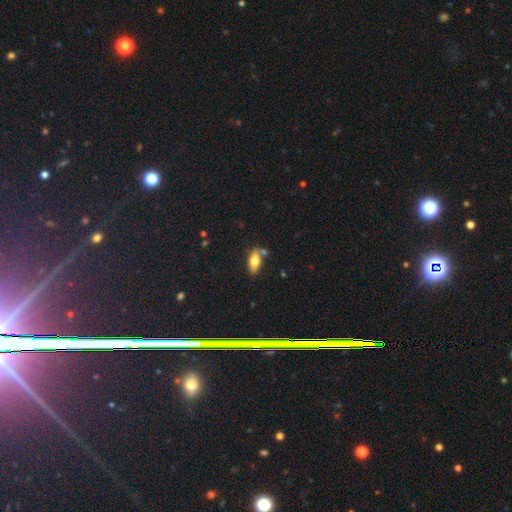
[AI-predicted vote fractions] A smooth galaxy with no disk features (71%) that is in between round and cigar-shaped (85%).

Vote fractions:
- Smooth or featured? smooth: 71% / featured or disk: 22% / star or artifact: 7%
- How rounded? in between: 85% / cigar-shaped: 11% / round: 4%
- Merging? none: 70% / minor disturbance: 15% / merger: 11% / major disturbance: 4%